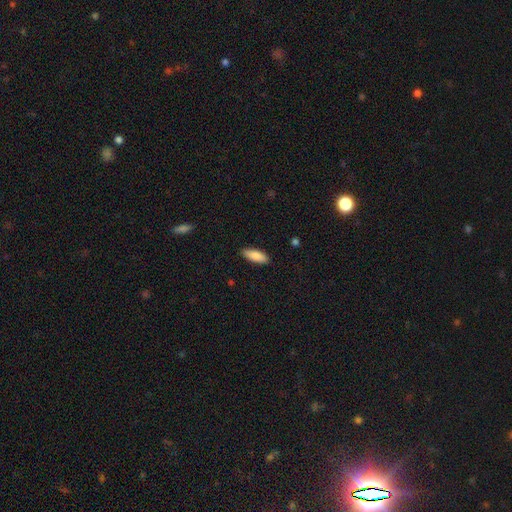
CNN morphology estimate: A smooth galaxy with no disk features (87%) that is in between round and cigar-shaped (67%). Merging: none (88%).